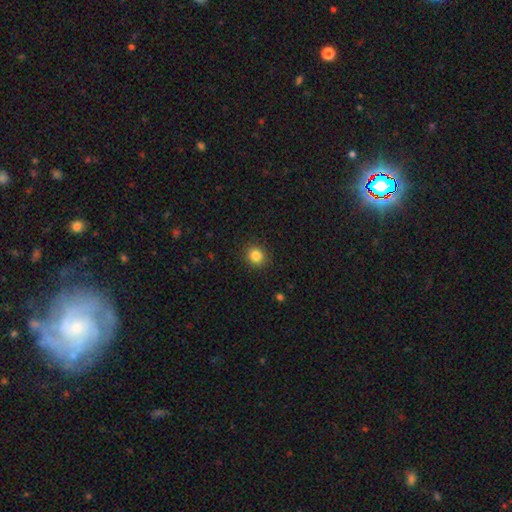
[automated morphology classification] smooth 84%, star or artifact 11%, featured or disk 5%. Down the decision tree: how rounded — round (86%); merging — none (91%).